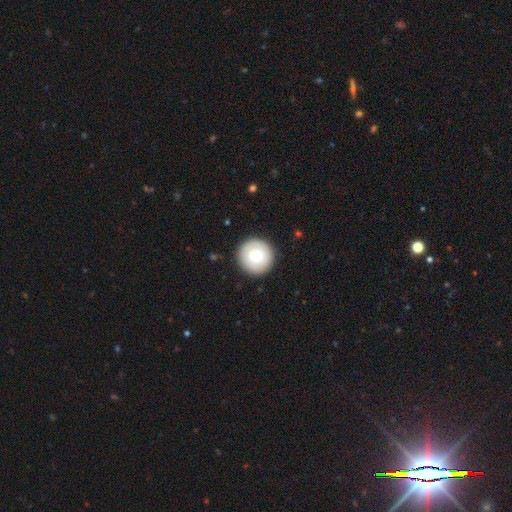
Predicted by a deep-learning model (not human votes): Smooth or featured? smooth (74%)
How rounded? round (96%)
Merging? none (91%)